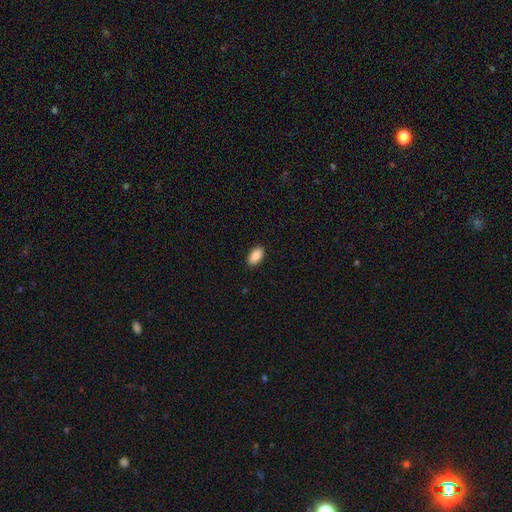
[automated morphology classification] type=smooth (90%); roundness=in between (94%); merging=none (90%).